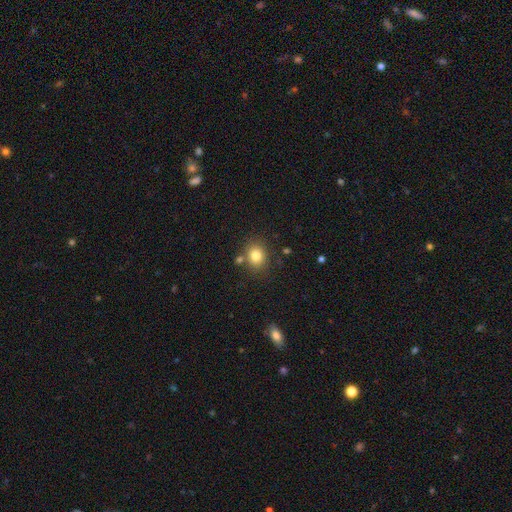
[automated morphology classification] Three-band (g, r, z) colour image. It shows a smooth galaxy with no disk features (80%) that is round (59%). Merging: none (75%).